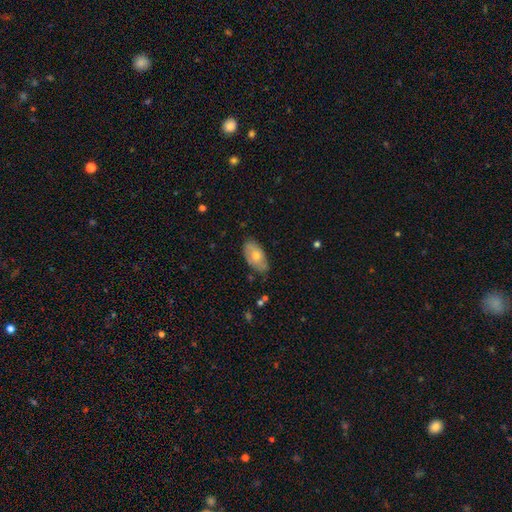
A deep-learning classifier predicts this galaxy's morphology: The model was most divided on "smooth or featured": smooth: 60%, featured or disk: 33%, star or artifact: 7%. More confident: how rounded — in between (93%); merging — none (75%).